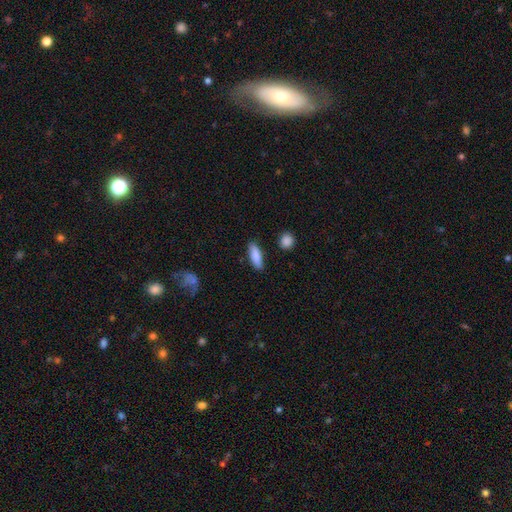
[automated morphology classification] Smooth or featured? smooth (85%)
How rounded? in between (55%)
Merging? none (85%)